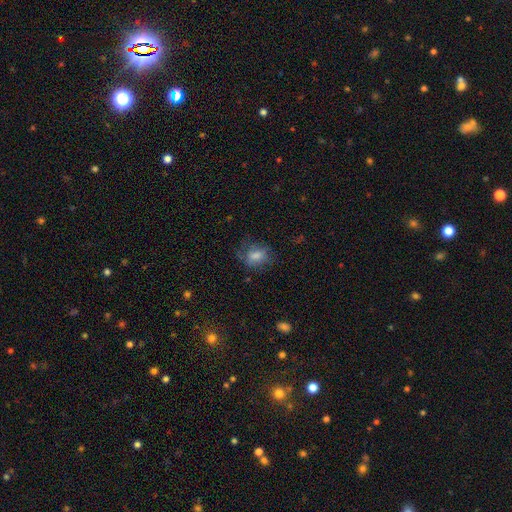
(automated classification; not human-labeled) smooth-or-featured: smooth: 61% | featured or disk: 23% | star or artifact: 16%
  how-rounded: in between: 53% | round: 45% | cigar-shaped: 2%
  merging: none: 60% | minor disturbance: 23% | major disturbance: 15% | merger: 2%